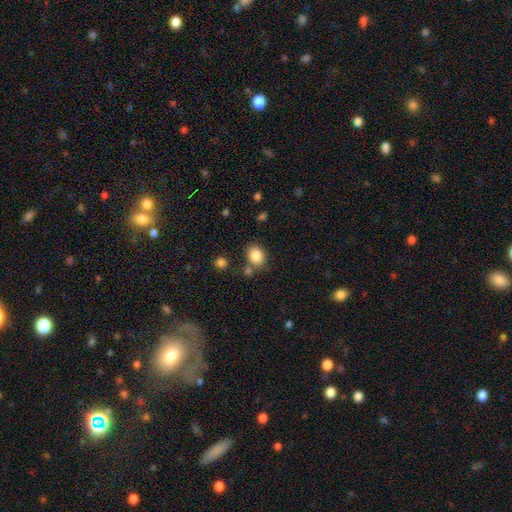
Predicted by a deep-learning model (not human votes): Smooth or featured?
  - smooth: 86% *
  - star or artifact: 9%
  - featured or disk: 5%
How rounded?
  - in between: 55% *
  - round: 44%
  - cigar-shaped: 1%
Merging?
  - none: 72% *
  - minor disturbance: 13%
  - merger: 12%
  - major disturbance: 4%